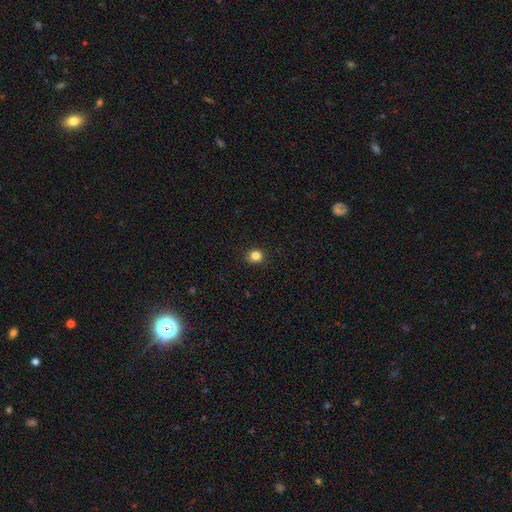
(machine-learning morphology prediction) smooth-or-featured: smooth: 83% | star or artifact: 13% | featured or disk: 4%
  how-rounded: round: 80% | in between: 19% | cigar-shaped: 1%
  merging: none: 88% | minor disturbance: 9% | major disturbance: 2% | merger: 1%